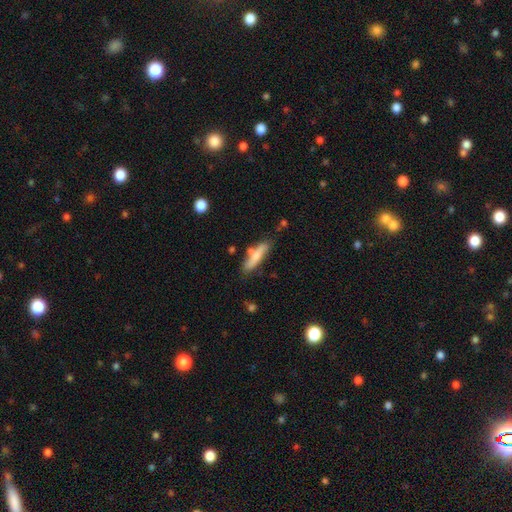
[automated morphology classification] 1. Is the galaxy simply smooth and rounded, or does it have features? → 65% smooth, 29% featured or disk, 6% star or artifact.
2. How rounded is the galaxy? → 75% cigar-shaped, 23% in between, 2% round.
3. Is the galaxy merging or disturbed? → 67% none, 19% minor disturbance, 10% merger, 4% major disturbance.